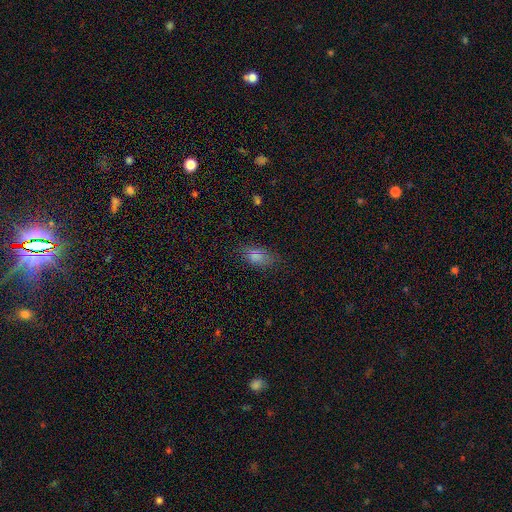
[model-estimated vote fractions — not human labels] Smooth or featured? Predicted: smooth (p=0.72). How rounded? Predicted: in between (p=0.83). Merging? Predicted: none (p=0.77).